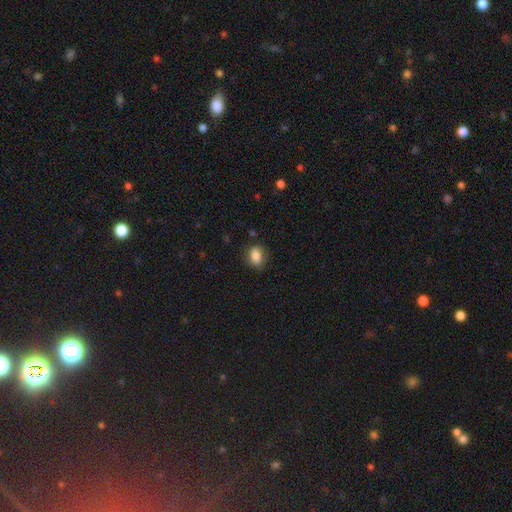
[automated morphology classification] Smooth or featured? smooth (86%)
How rounded? in between (75%)
Merging? none (74%)